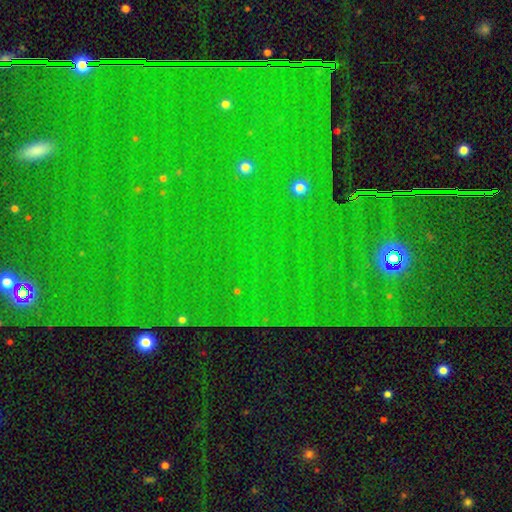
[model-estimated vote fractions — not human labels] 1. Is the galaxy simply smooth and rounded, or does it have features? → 84% star or artifact, 8% featured or disk, 8% smooth.